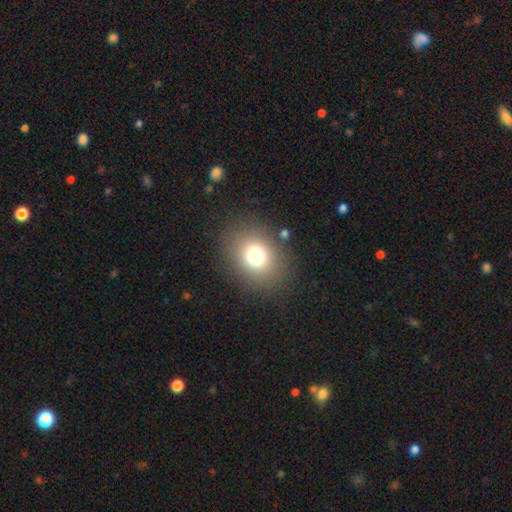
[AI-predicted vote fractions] Overall: smooth (75%). How rounded: round (54%; in between 45%). Merging: none (85%).